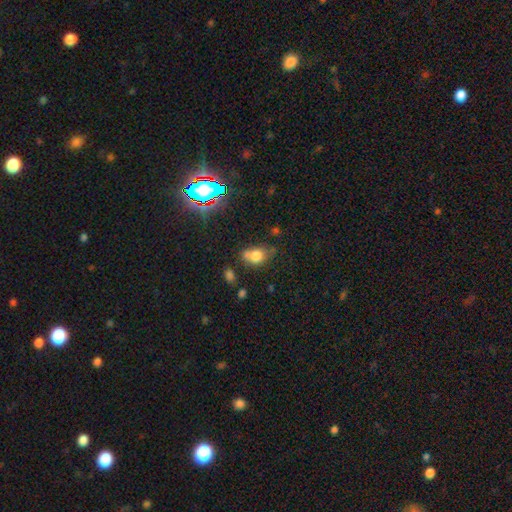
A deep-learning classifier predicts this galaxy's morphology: Smooth or featured? smooth (73%)
How rounded? in between (65%)
Merging? none (50%)